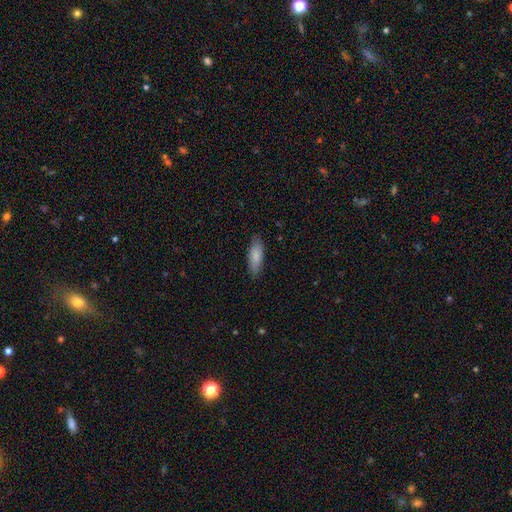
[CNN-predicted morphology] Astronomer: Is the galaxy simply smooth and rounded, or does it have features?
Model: smooth — 85%.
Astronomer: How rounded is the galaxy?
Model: in between — 64%.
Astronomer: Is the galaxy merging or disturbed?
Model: none — 85%.